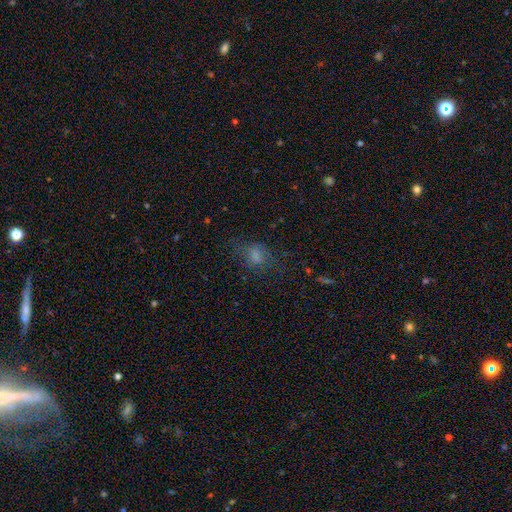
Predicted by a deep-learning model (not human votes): Smooth or featured?
  - smooth: 61% *
  - star or artifact: 22%
  - featured or disk: 17%
How rounded?
  - in between: 61% *
  - round: 36%
  - cigar-shaped: 3%
Merging?
  - none: 62% *
  - minor disturbance: 20%
  - major disturbance: 16%
  - merger: 2%